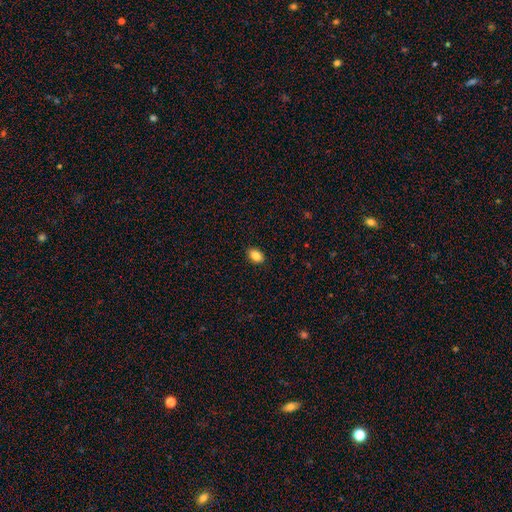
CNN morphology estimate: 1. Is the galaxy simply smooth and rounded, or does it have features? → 86% smooth, 9% star or artifact, 5% featured or disk.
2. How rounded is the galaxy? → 84% in between, 15% round, 1% cigar-shaped.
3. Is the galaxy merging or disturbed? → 90% none, 7% minor disturbance, 2% major disturbance, 1% merger.